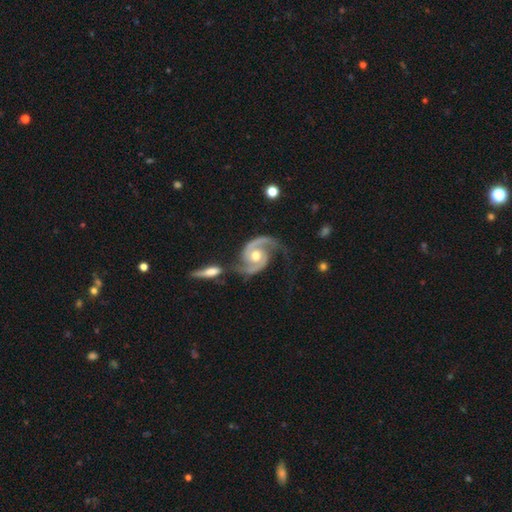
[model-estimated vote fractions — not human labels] A featured or disk galaxy (93%) with no bar (64%), 2 (94%) medium (59%) spiral arms (98%) and a moderate central bulge (78%). Merging: none (58%).